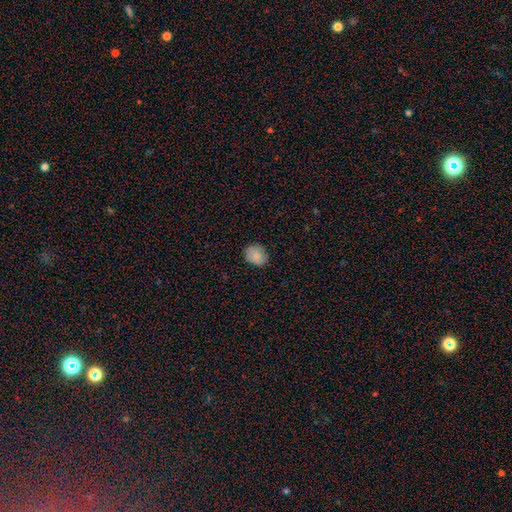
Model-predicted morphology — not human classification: This is clearly a smooth galaxy (85%). How rounded: possibly round (56%). Merging: clearly none (83%).